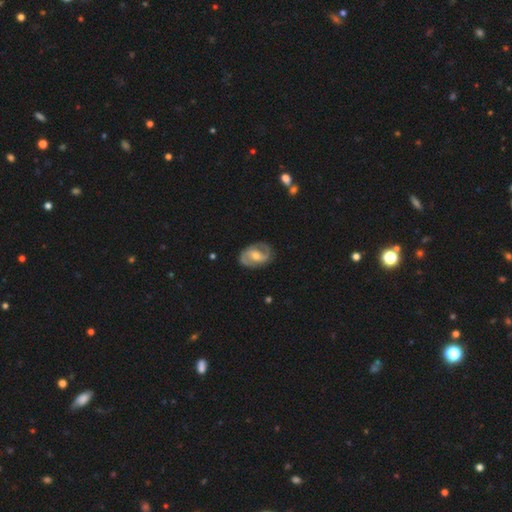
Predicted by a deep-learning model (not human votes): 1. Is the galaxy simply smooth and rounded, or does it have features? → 81% featured or disk, 14% smooth, 5% star or artifact.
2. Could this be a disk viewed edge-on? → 97% no, 3% yes.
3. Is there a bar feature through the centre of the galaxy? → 47% weak, 30% no, 22% strong.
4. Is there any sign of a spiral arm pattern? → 91% yes, 9% no.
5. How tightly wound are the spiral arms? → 51% medium, 30% tight, 19% loose.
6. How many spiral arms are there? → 89% 2, 5% can't tell, 2% 1, 2% 3, 1% 4, 1% more than 4.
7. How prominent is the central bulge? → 61% moderate, 32% small, 4% large, 2% none, 1% dominant.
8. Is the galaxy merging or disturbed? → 81% none, 13% minor disturbance, 4% major disturbance, 1% merger.